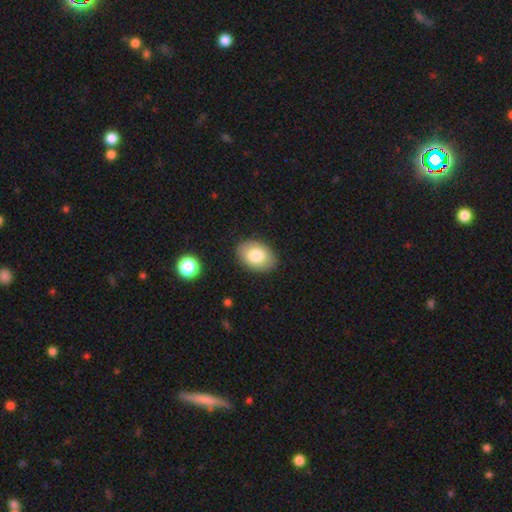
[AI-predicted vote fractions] Smooth or featured: smooth — 80% (featured or disk — 12%)
How rounded: in between — 83% (round — 16%)
Merging: none — 87% (minor disturbance — 9%)